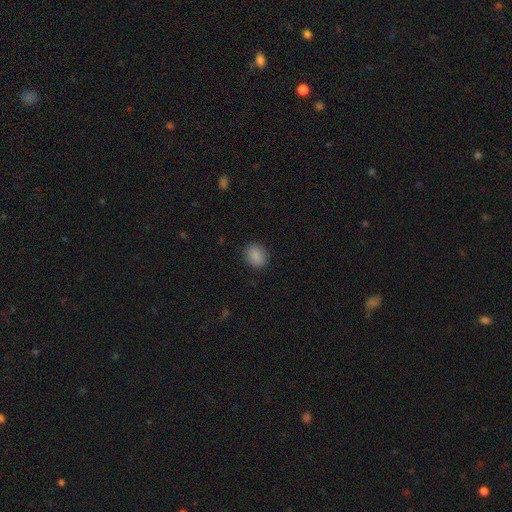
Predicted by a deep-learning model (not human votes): smooth 87%, star or artifact 9%, featured or disk 4%. Down the decision tree: how rounded — round (58%); merging — none (87%).